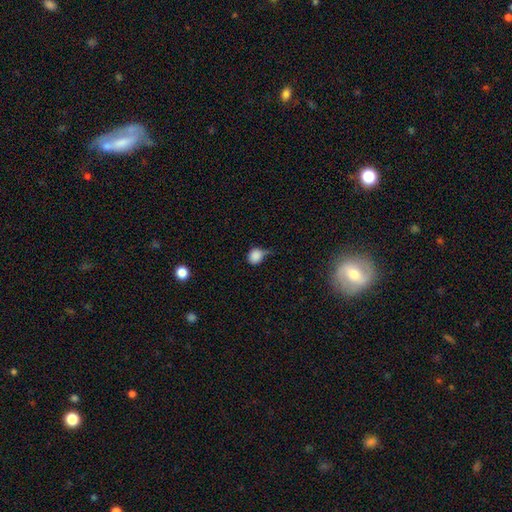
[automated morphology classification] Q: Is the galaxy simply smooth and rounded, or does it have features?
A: smooth — 85%.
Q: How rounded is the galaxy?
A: round — 74%.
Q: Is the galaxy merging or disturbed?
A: minor disturbance — 40%, tied with none.